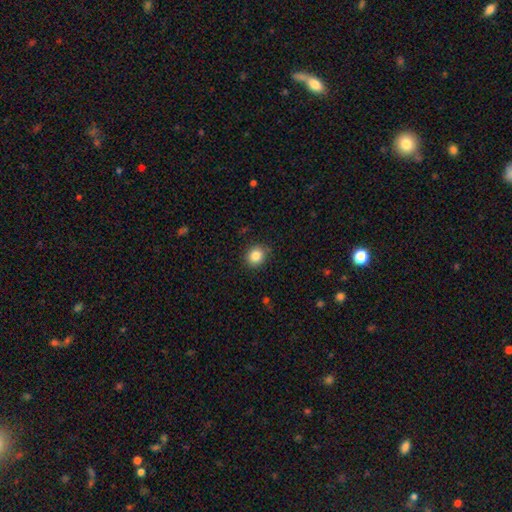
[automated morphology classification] smooth 85%, star or artifact 10%, featured or disk 5%. Down the decision tree: how rounded — round (72%); merging — none (85%).